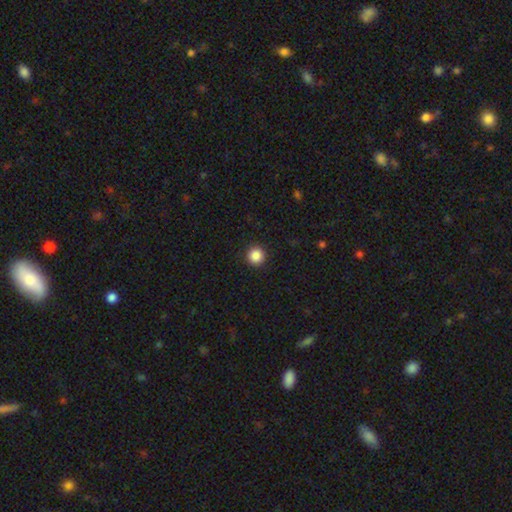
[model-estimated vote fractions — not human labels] A smooth galaxy with no disk features (87%) that is round (95%). Merging: none (93%).